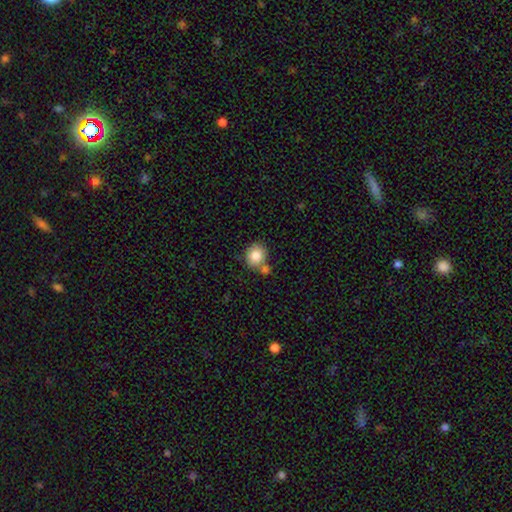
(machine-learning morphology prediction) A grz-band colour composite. It shows a smooth galaxy with no disk features (84%) that is round (78%). Merging: none (61%).